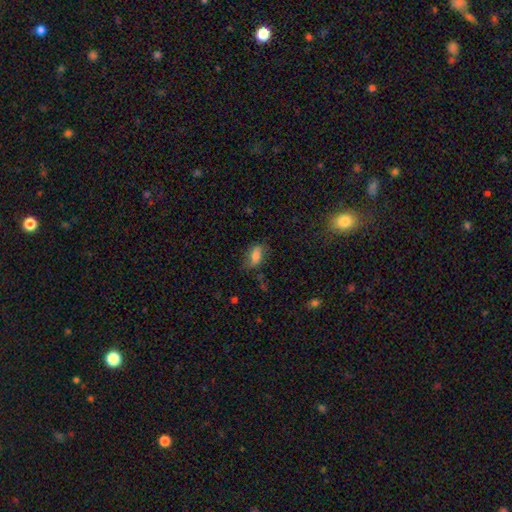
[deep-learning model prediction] This appears to be a smooth galaxy with no disk features (67%) that is in between round and cigar-shaped (86%). Merging: none (64%).